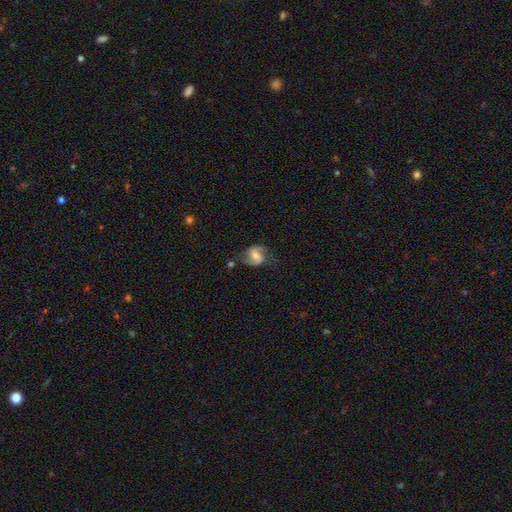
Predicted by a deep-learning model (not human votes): This is likely a featured or disk galaxy (62%). It is clearly not viewed edge-on (97%). Bar: possibly weak (46%). Spiral arm pattern: clearly yes (89%). Spiral arm count: clearly 2 (86%). Spiral winding: marginally medium (44%). Central bulge: possibly moderate (49%). Merging: possibly none (57%).